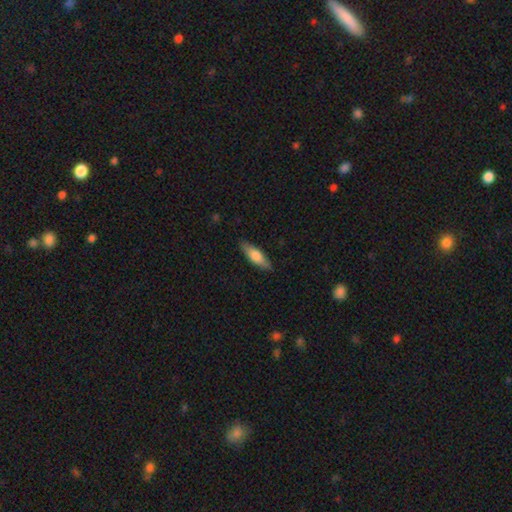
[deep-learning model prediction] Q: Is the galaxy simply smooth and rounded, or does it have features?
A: smooth — 67%.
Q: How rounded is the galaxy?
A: cigar-shaped — 50%.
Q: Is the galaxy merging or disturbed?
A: none — 86%.